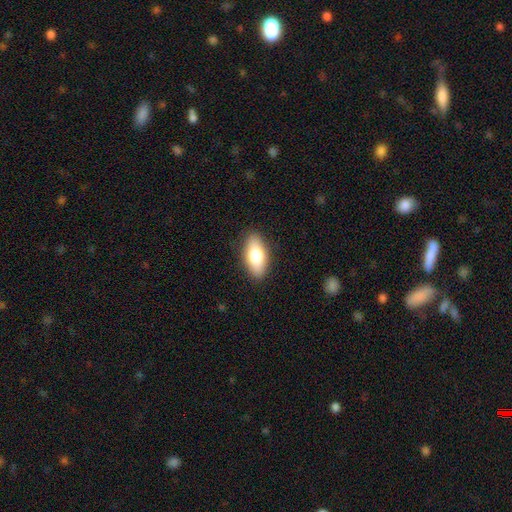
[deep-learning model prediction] This appears to be a smooth galaxy with no disk features (77%) that is in between round and cigar-shaped (86%). Merging: none (88%).